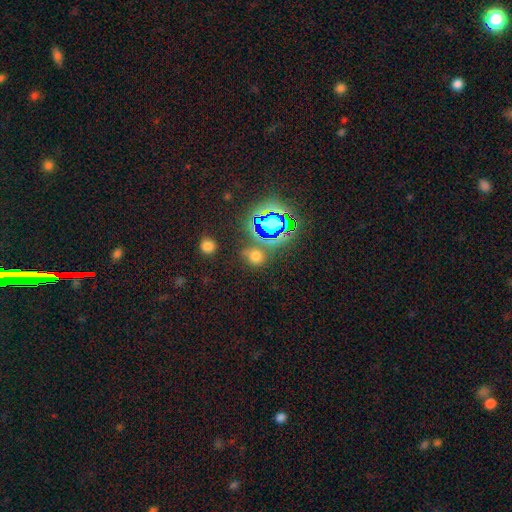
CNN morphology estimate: A smooth galaxy with no disk features (51%) that is round (70%).

Vote fractions:
- Smooth or featured? smooth: 51% / star or artifact: 41% / featured or disk: 8%
- How rounded? round: 70% / in between: 28% / cigar-shaped: 2%
- Merging? none: 75% / minor disturbance: 12% / merger: 8% / major disturbance: 6%